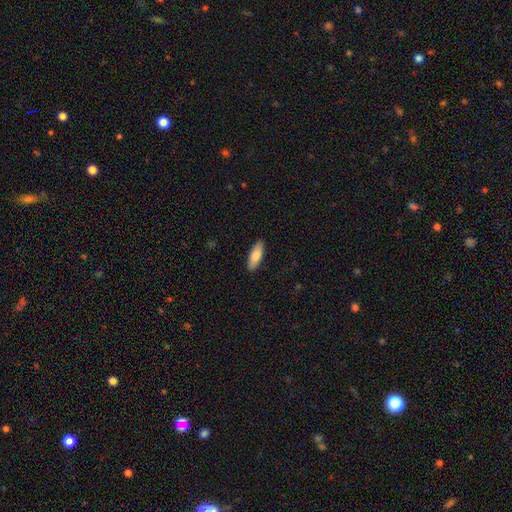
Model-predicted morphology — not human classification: smooth_or_featured: smooth (p=0.83) [alt: featured or disk p=0.12]
how_rounded: in between (p=0.67) [alt: cigar-shaped p=0.31]
merging: none (p=0.89) [alt: minor disturbance p=0.08]